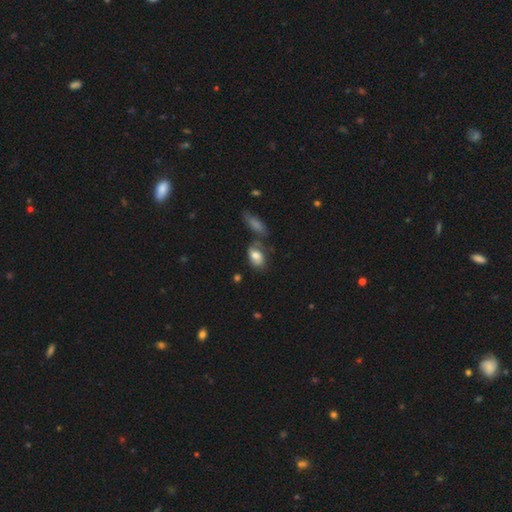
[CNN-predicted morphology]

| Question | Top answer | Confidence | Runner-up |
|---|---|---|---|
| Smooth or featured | smooth | 72% | featured or disk (20%) |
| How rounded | in between | 86% | round (12%) |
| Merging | none | 46% | minor disturbance (23%) |